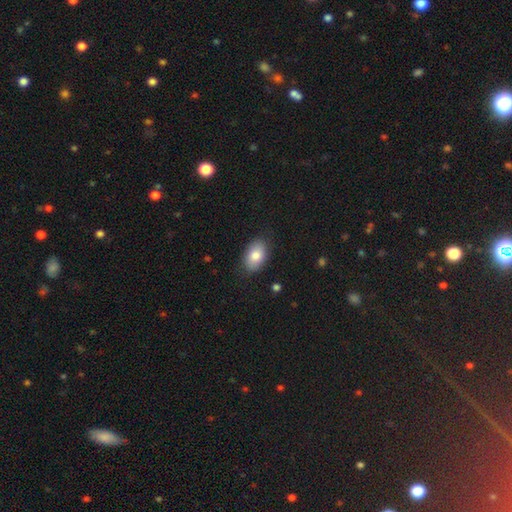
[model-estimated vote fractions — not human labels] Smooth or featured: smooth — 82% (featured or disk — 11%)
How rounded: in between — 89% (round — 9%)
Merging: none — 84% (minor disturbance — 12%)